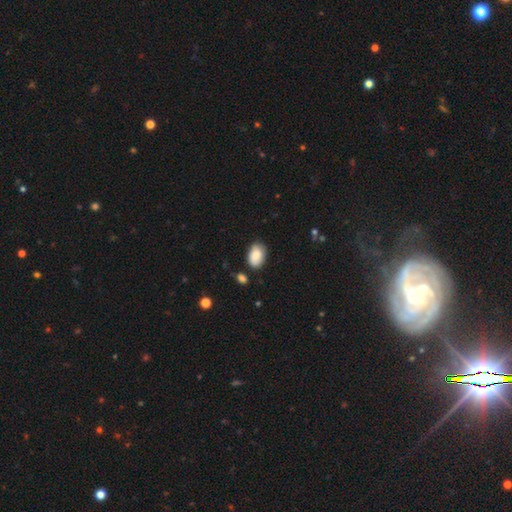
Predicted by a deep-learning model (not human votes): This appears to be a smooth galaxy with no disk features (87%) that is in between round and cigar-shaped (88%). Merging: none (73%).